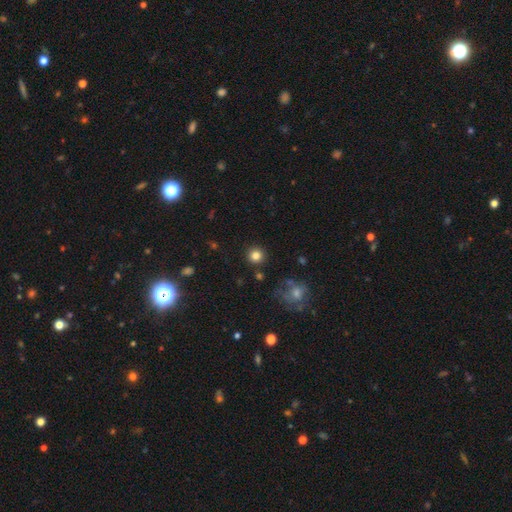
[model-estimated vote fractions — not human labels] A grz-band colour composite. It shows a smooth galaxy with no disk features (83%) that is round (94%). Merging: none (90%).